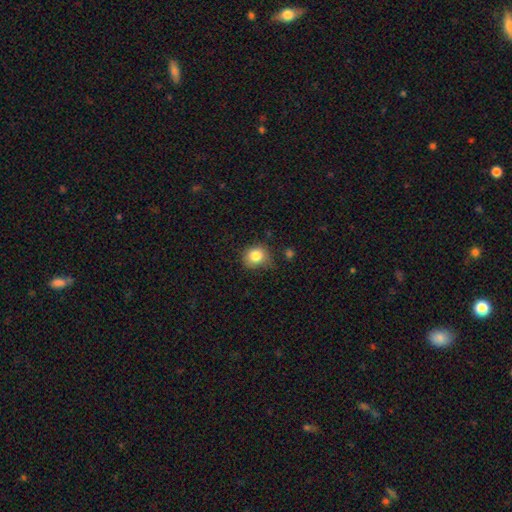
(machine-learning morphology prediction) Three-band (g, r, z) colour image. It shows a smooth galaxy with no disk features (83%) that is round (77%). Merging: none (72%).